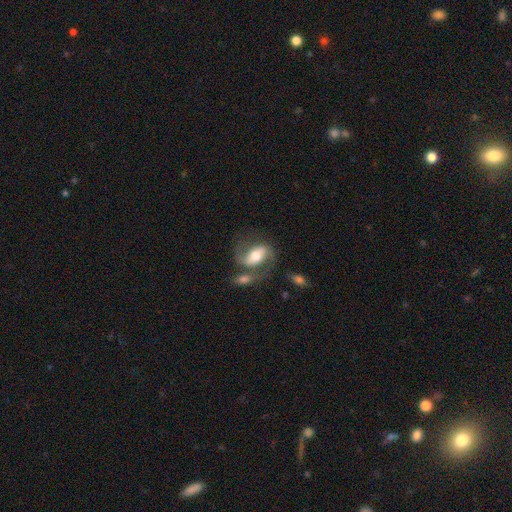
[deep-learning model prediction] A featured or disk galaxy (67%) with a weak bar (36%), 2 (84%) medium (47%) spiral arms (86%) and a moderate central bulge (67%).

Vote fractions:
- Smooth or featured? featured or disk: 67% / smooth: 27% / star or artifact: 6%
- Edge-on disk? no: 95% / yes: 5%
- Bar? weak: 36% / strong: 35% / no: 29%
- Spiral arms? yes: 86% / no: 14%
- Spiral winding? medium: 47% / loose: 35% / tight: 17%
- Spiral arm count? 2: 84% / 1: 6% / can't tell: 6% / 3: 1% / 4: 1% / more than 4: 1%
- Bulge size? moderate: 67% / small: 15% / large: 15% / dominant: 2% / none: 1%
- Merging? none: 45% / merger: 24% / minor disturbance: 17% / major disturbance: 14%